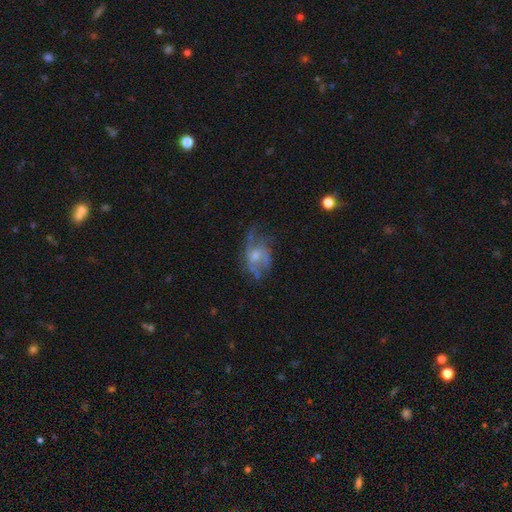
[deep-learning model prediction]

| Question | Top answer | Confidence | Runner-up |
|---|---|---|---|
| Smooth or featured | featured or disk | 72% | smooth (18%) |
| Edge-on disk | no | 96% | yes (4%) |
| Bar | no | 63% | weak (31%) |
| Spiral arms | yes | 80% | no (20%) |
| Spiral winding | medium | 44% | loose (37%) |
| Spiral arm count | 2 | 39% | can't tell (29%) |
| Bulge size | moderate | 49% | small (36%) |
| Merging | none | 52% | major disturbance (23%) |